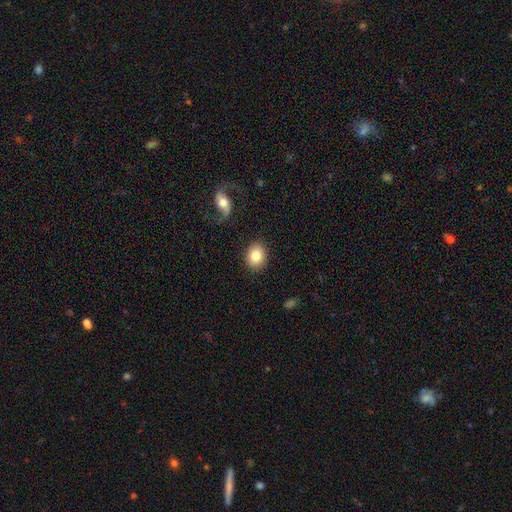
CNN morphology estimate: This appears to be a smooth galaxy with no disk features (83%) that is round (56%). Merging: none (87%).